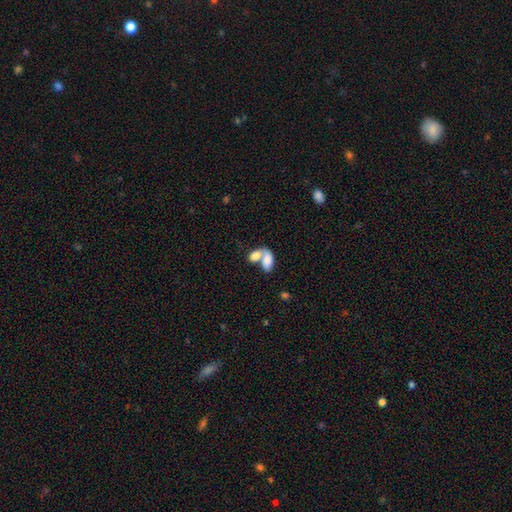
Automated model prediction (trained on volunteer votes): Morphology: type=smooth (79%); roundness=in between (90%); merging=merger (71%).